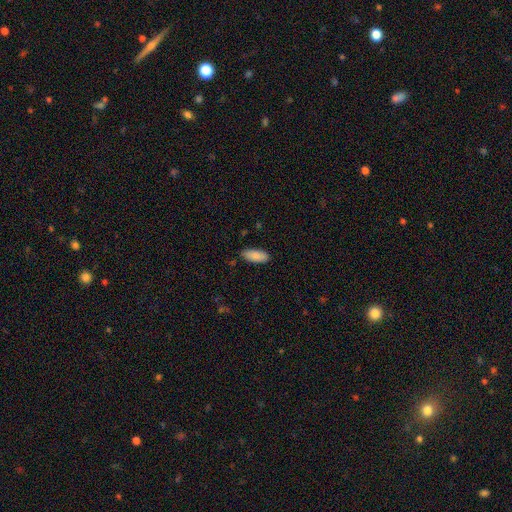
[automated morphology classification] Overall: smooth (88%). How rounded: in between (84%). Merging: none (85%).